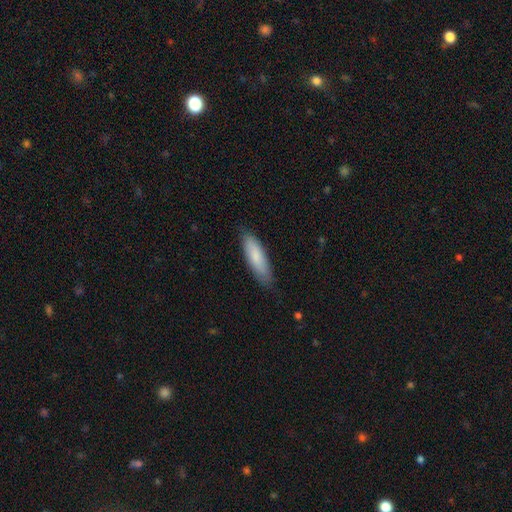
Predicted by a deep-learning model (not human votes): Smooth or featured?
  - smooth: 83% *
  - featured or disk: 12%
  - star or artifact: 5%
How rounded?
  - cigar-shaped: 55% *
  - in between: 43%
  - round: 1%
Merging?
  - none: 82% *
  - minor disturbance: 14%
  - major disturbance: 2%
  - merger: 1%